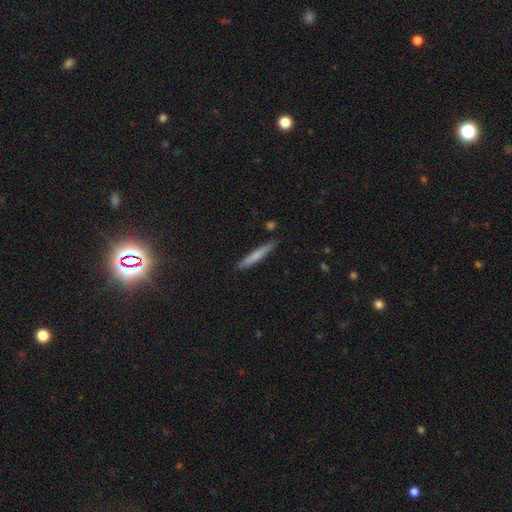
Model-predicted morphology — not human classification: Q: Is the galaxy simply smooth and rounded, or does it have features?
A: smooth — 68%.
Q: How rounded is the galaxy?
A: cigar-shaped — 95%.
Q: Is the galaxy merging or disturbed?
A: none — 87%.